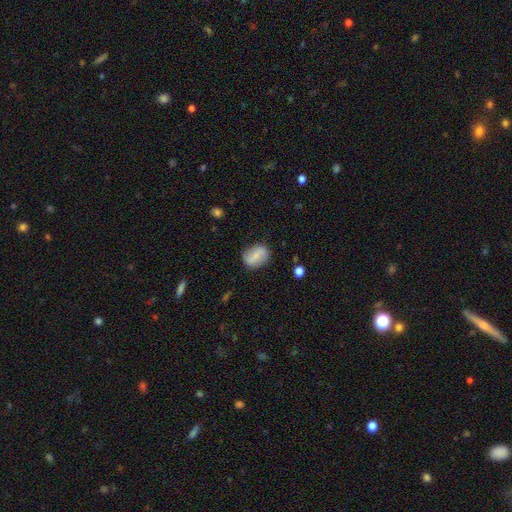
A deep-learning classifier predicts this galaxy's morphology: This is likely a smooth galaxy (61%). How rounded: likely in between (69%). Merging: clearly none (81%).